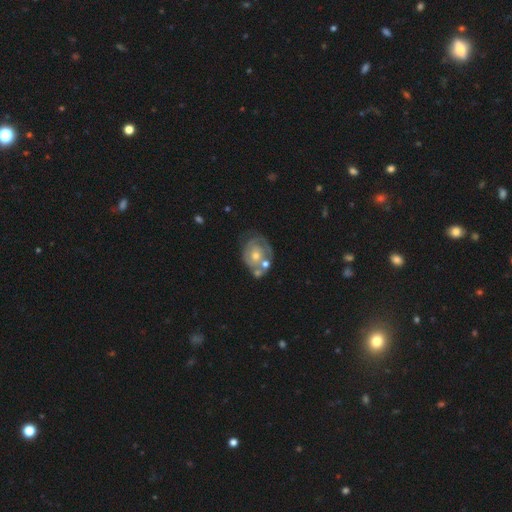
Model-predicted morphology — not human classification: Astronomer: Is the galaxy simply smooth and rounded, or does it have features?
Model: featured or disk — 71%.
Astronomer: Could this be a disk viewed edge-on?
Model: no — 97%.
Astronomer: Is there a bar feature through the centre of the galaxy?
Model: no — 78%.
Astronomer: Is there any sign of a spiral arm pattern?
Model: yes — 65%.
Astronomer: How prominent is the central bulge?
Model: moderate — 55% (runner-up: small, 40%).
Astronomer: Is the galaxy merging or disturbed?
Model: none — 41% (runner-up: merger, 25%).